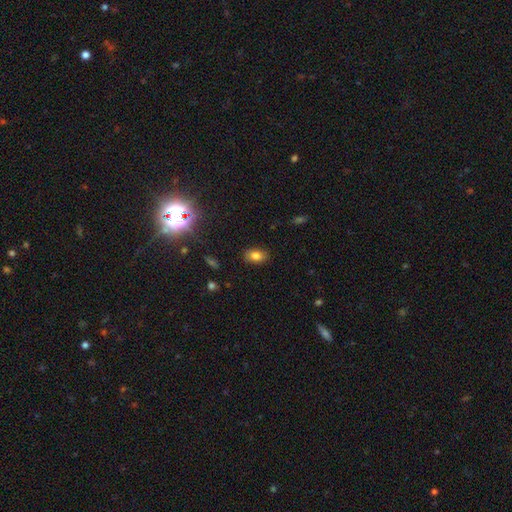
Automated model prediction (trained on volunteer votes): Smooth or featured? smooth (79%)
How rounded? in between (84%)
Merging? none (87%)